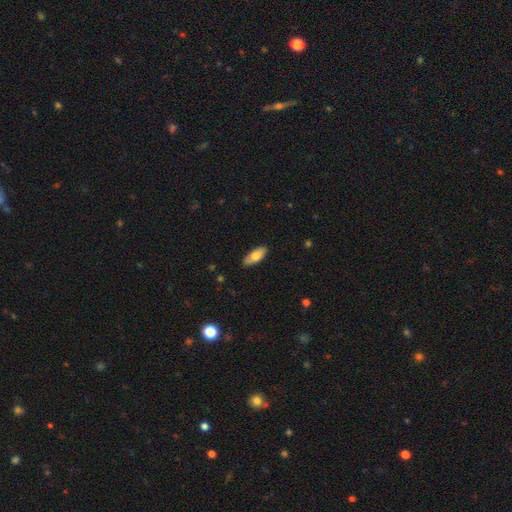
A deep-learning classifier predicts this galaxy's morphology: This is likely a smooth galaxy (72%). How rounded: clearly in between (81%). Merging: clearly none (87%).